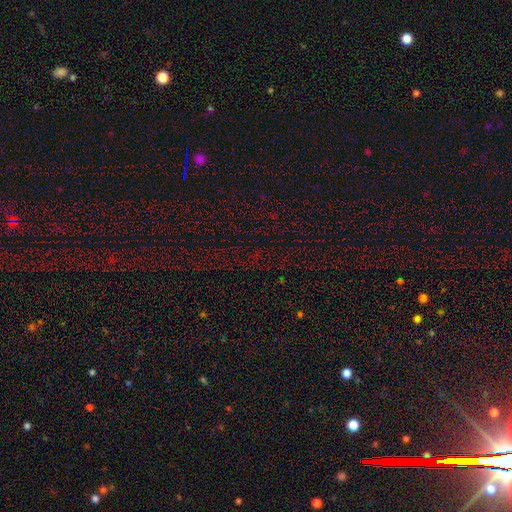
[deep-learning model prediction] Q: Smooth or featured?
A: star or artifact (73%); runner-up: smooth (19%)